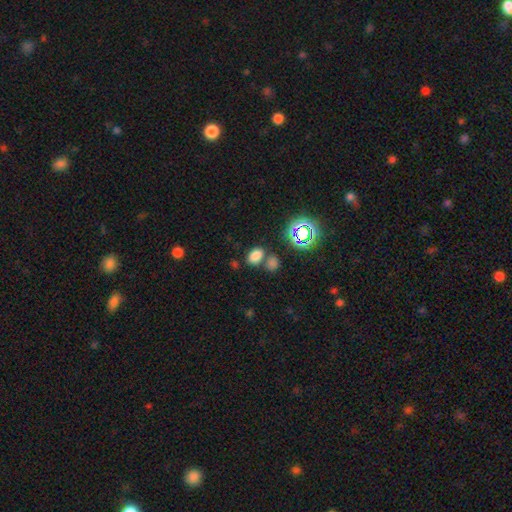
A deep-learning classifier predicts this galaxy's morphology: This is likely a smooth galaxy (75%). How rounded: likely in between (75%). Merging: likely none (64%).